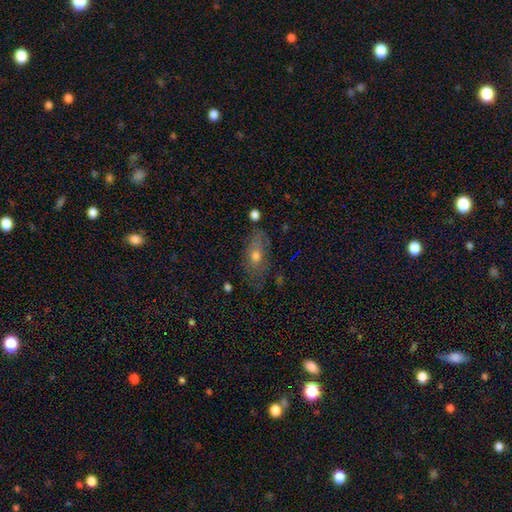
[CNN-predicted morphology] smooth 56%, featured or disk 32%, star or artifact 12%. Down the decision tree: how rounded — in between (78%); merging — none (64%).